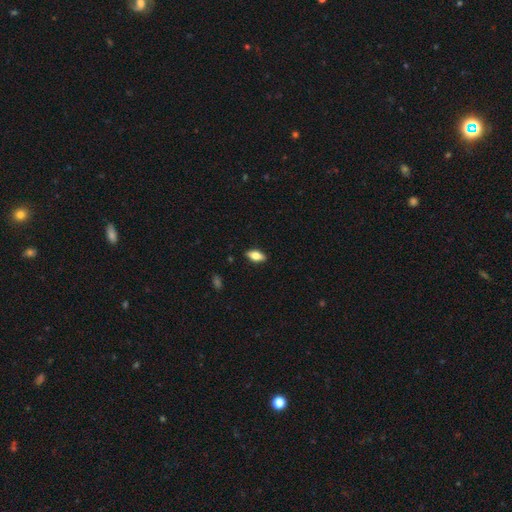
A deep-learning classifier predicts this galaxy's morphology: Smooth or featured? Predicted: smooth (p=0.70). How rounded? Predicted: in between (p=0.84). Merging? Predicted: none (p=0.88).